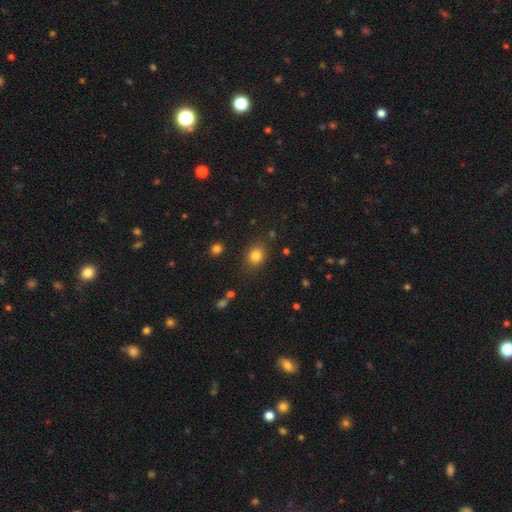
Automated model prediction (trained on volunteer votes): smooth 82%, star or artifact 12%, featured or disk 6%. Down the decision tree: how rounded — round (62%); merging — none (82%).